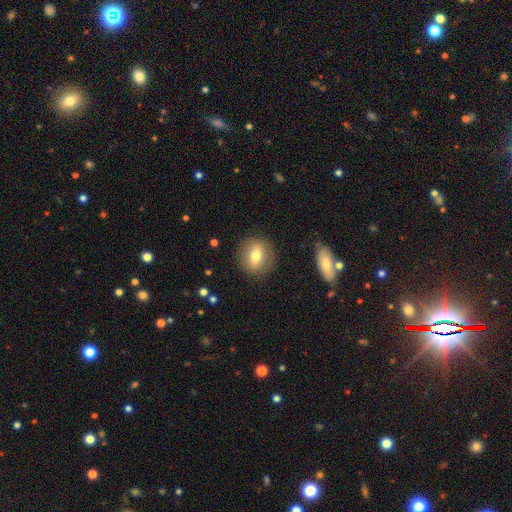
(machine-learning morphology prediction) A smooth galaxy with no disk features (70%) that is round (66%). Merging: none (86%).